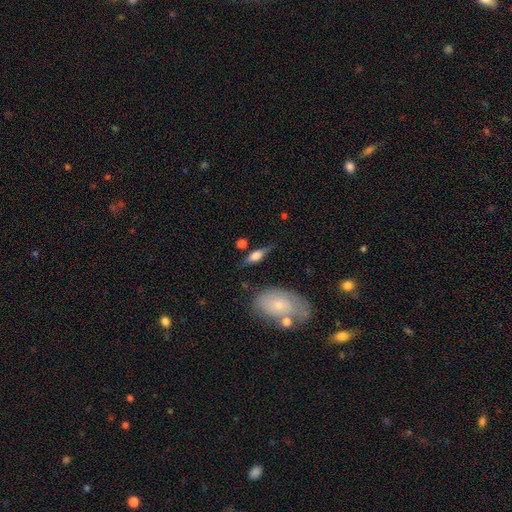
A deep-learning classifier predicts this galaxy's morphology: Smooth or featured? Predicted: smooth (p=0.50). Merging? Predicted: none (p=0.70).